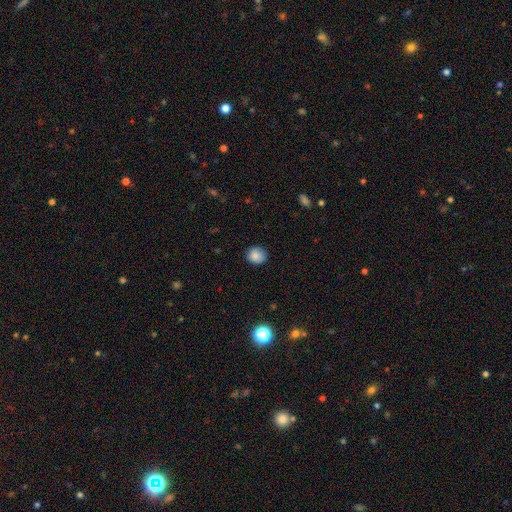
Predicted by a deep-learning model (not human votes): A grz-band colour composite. It shows a smooth galaxy with no disk features (85%) that is round (82%). Merging: none (85%).